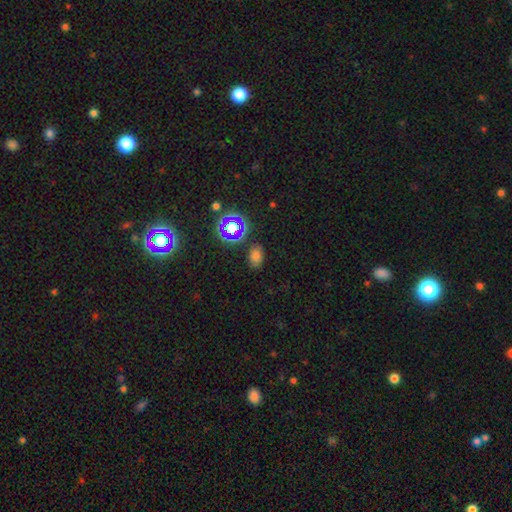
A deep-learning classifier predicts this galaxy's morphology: Smooth or featured?
  - smooth: 67% *
  - star or artifact: 25%
  - featured or disk: 7%
How rounded?
  - in between: 81% *
  - round: 18%
  - cigar-shaped: 2%
Merging?
  - none: 80% *
  - minor disturbance: 13%
  - major disturbance: 4%
  - merger: 3%